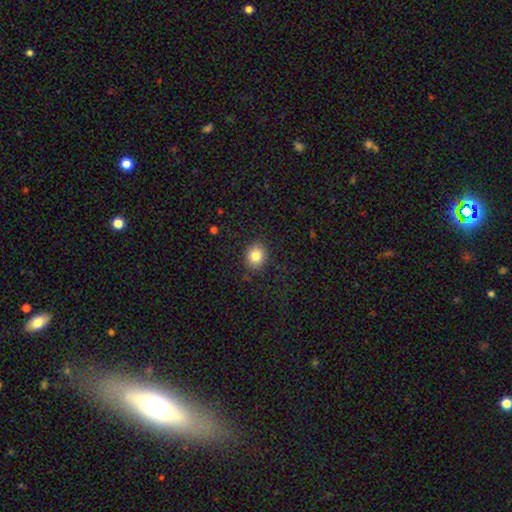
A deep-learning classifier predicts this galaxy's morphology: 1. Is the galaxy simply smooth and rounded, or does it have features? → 82% smooth, 10% star or artifact, 7% featured or disk.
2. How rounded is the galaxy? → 70% round, 30% in between, 1% cigar-shaped.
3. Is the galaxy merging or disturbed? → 88% none, 8% minor disturbance, 3% major disturbance, 1% merger.